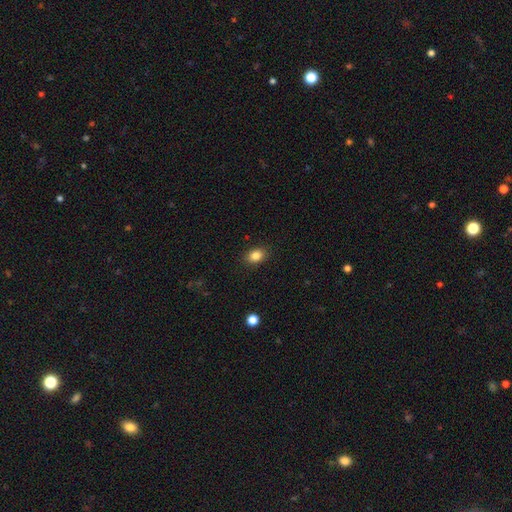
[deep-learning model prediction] Smooth or featured: smooth — 85% (star or artifact — 9%)
How rounded: in between — 73% (round — 26%)
Merging: none — 88% (minor disturbance — 8%)